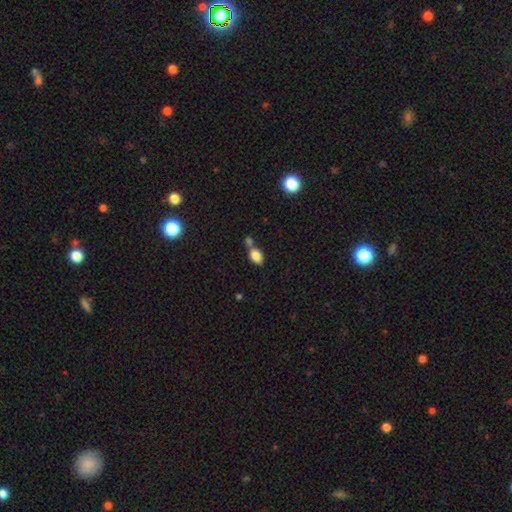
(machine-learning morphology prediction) Smooth or featured?
  - smooth: 84% *
  - star or artifact: 9%
  - featured or disk: 7%
How rounded?
  - in between: 79% *
  - round: 19%
  - cigar-shaped: 2%
Merging?
  - none: 48% *
  - merger: 36%
  - minor disturbance: 12%
  - major disturbance: 4%